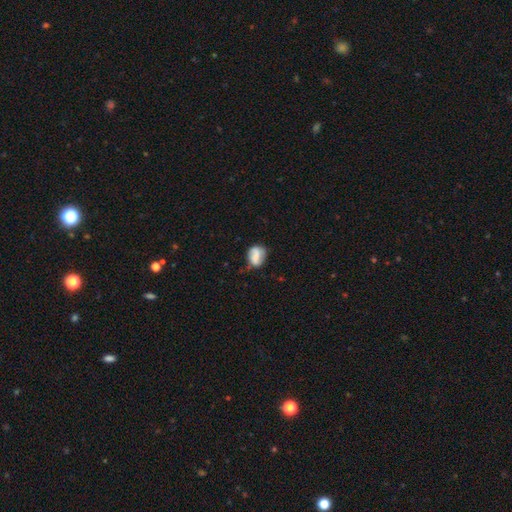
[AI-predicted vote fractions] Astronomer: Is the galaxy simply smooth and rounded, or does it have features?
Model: smooth — 62%.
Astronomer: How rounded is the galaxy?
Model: in between — 55% (runner-up: round, 43%).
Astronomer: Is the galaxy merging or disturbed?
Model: none — 58%.